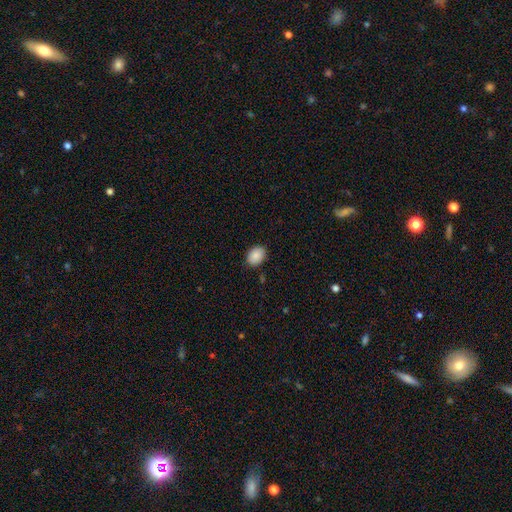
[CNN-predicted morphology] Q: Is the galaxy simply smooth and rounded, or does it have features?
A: smooth — 88%.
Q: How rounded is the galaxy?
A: in between — 73%.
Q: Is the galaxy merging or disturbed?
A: none — 87%.